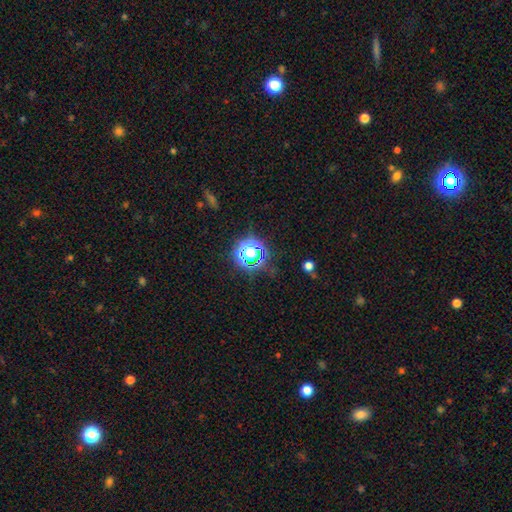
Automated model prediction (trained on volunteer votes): The model was most divided on "smooth or featured": star or artifact: 60%, smooth: 31%, featured or disk: 9%.